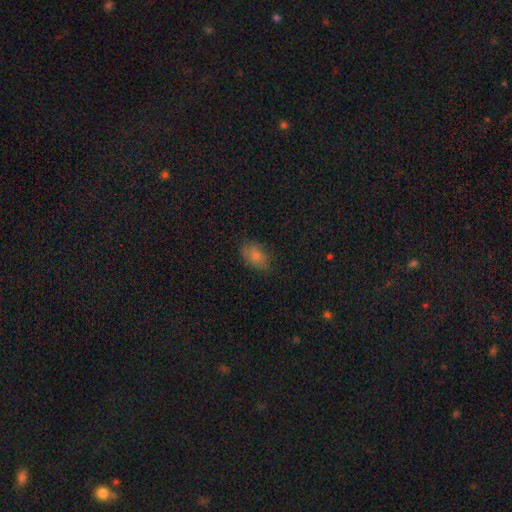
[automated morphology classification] Smooth or featured?
  - smooth: 80% *
  - featured or disk: 11%
  - star or artifact: 9%
How rounded?
  - in between: 88% *
  - round: 10%
  - cigar-shaped: 2%
Merging?
  - none: 76% *
  - minor disturbance: 19%
  - major disturbance: 4%
  - merger: 1%